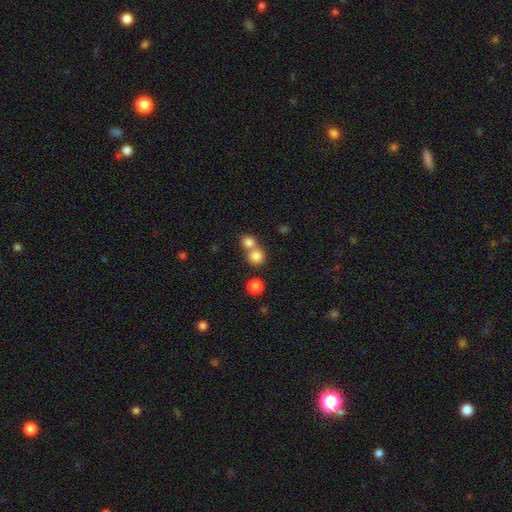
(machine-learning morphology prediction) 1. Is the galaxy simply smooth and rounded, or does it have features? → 80% smooth, 12% star or artifact, 7% featured or disk.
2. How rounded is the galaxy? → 86% round, 13% in between, 1% cigar-shaped.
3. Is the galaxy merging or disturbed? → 47% none, 44% merger, 6% minor disturbance, 3% major disturbance.